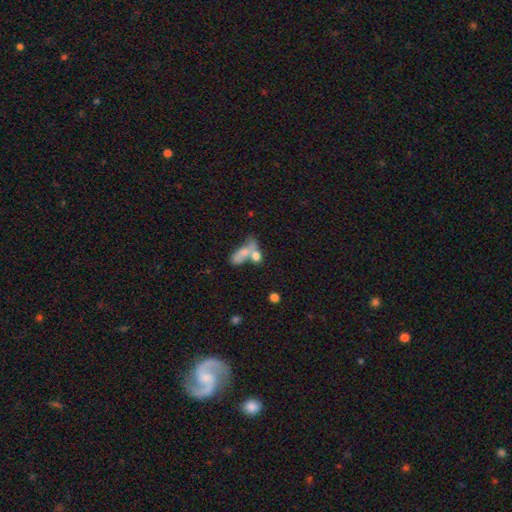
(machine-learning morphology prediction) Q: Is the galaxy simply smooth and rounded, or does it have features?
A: smooth — 67%.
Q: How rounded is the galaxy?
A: in between — 58%.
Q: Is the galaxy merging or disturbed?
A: merger — 55%.